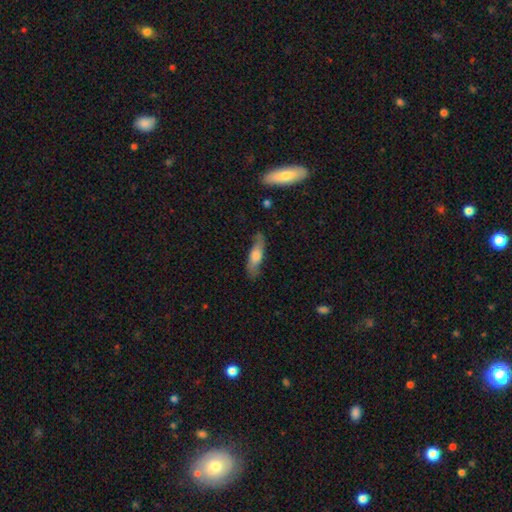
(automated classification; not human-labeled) This is possibly a smooth galaxy (53%). How rounded: possibly cigar-shaped (58%). Merging: likely none (74%).